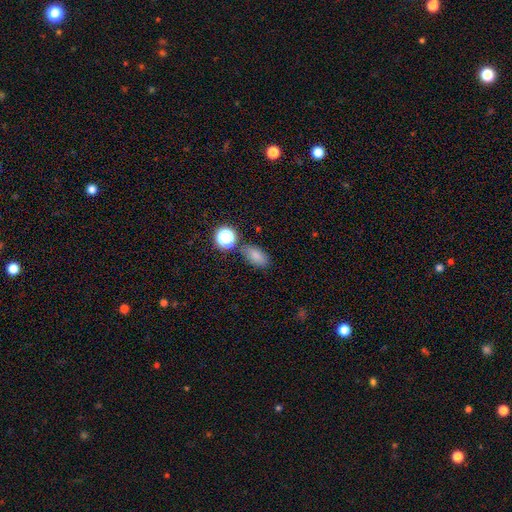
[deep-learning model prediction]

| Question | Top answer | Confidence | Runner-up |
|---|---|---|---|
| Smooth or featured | smooth | 78% | star or artifact (14%) |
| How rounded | in between | 85% | round (11%) |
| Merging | none | 75% | minor disturbance (13%) |